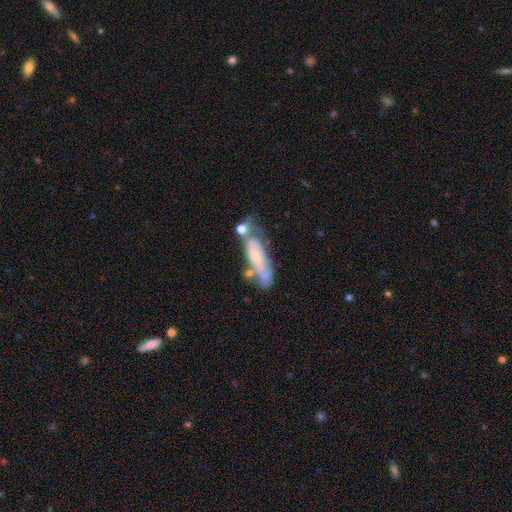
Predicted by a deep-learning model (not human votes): This appears to be a featured or disk galaxy (58%). Merging: none (34%).